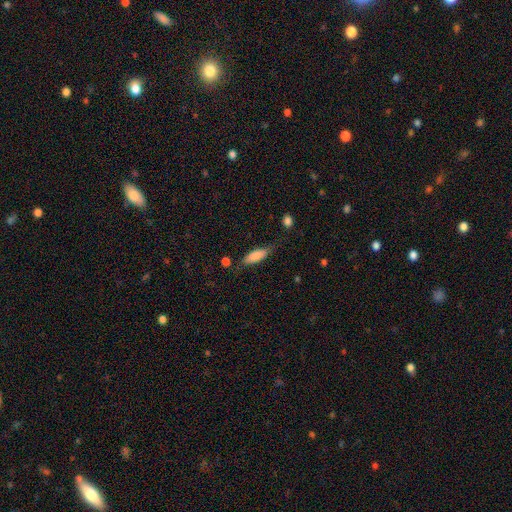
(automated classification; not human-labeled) Q: Smooth or featured?
A: smooth (78%); runner-up: featured or disk (16%)
Q: How rounded?
A: in between (63%); runner-up: cigar-shaped (35%)
Q: Merging?
A: none (63%); runner-up: minor disturbance (25%)